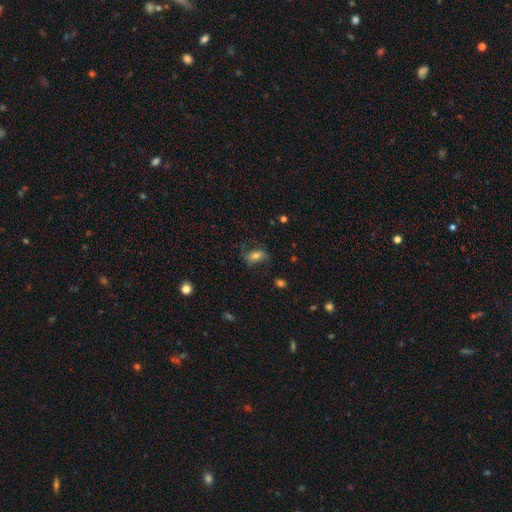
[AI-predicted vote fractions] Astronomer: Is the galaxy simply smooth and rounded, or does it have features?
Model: smooth — 66%.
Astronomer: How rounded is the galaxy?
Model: in between — 84%.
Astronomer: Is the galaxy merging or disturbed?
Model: none — 65%.